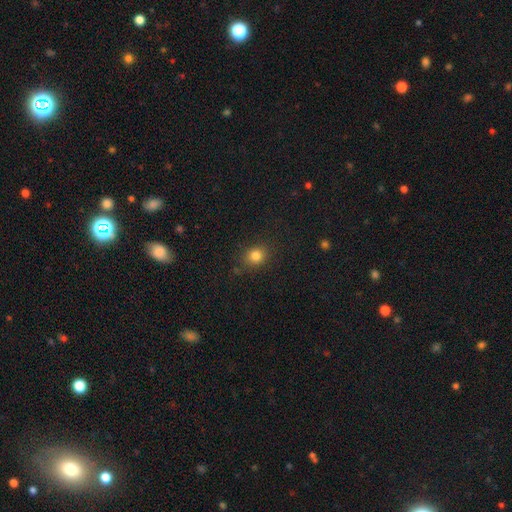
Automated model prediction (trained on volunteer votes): smooth 82%, star or artifact 12%, featured or disk 6%. Down the decision tree: how rounded — round (69%); merging — none (83%).